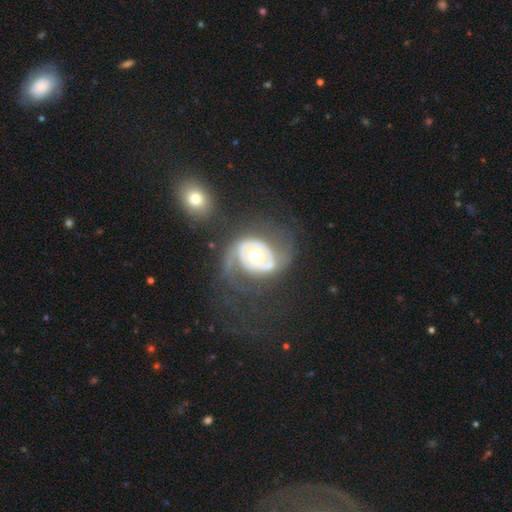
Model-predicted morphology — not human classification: type=featured or disk (78%); edge-on=no (96%); bar=no (78%); spiral arms=yes (58%); bulge=moderate (69%); merging=none (48%).